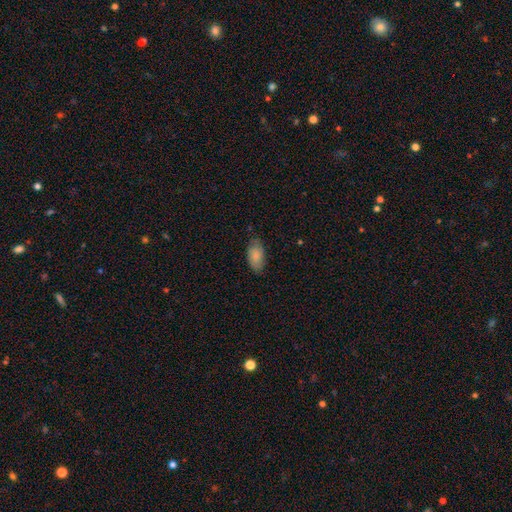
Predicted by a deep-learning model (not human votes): This is clearly a smooth galaxy (85%). How rounded: clearly in between (93%). Merging: likely none (75%).